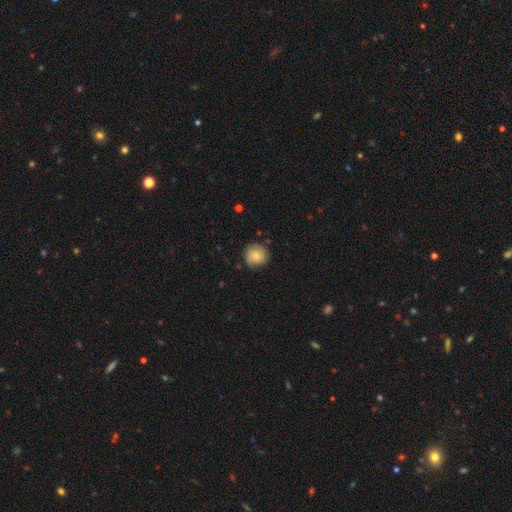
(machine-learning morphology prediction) The model was most divided on "smooth or featured": smooth: 76%, featured or disk: 16%, star or artifact: 7%. More confident: how rounded — round (91%); merging — none (79%).